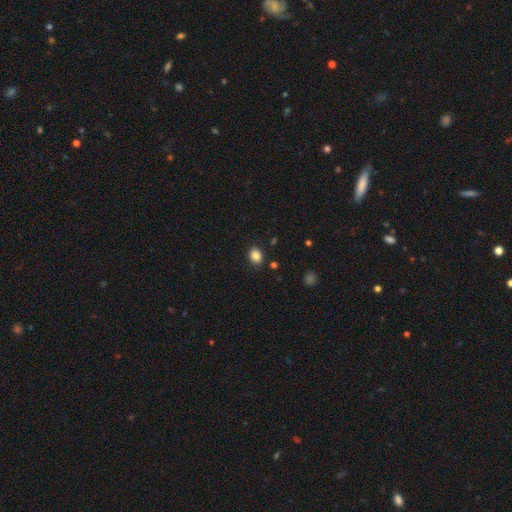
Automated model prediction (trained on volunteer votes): smooth 85%, star or artifact 10%, featured or disk 5%. Down the decision tree: how rounded — in between (57%); merging — none (86%).